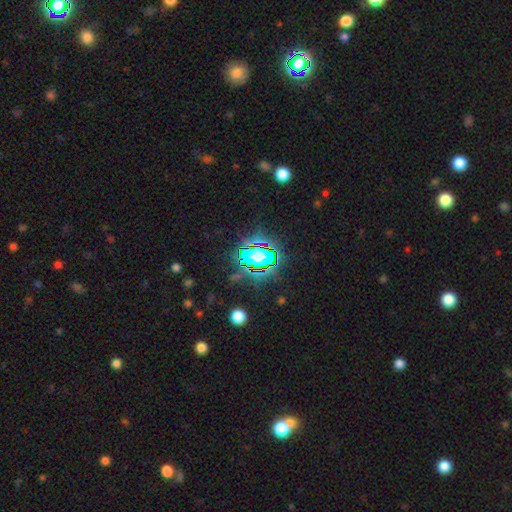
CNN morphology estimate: Overall: star or artifact (81%).